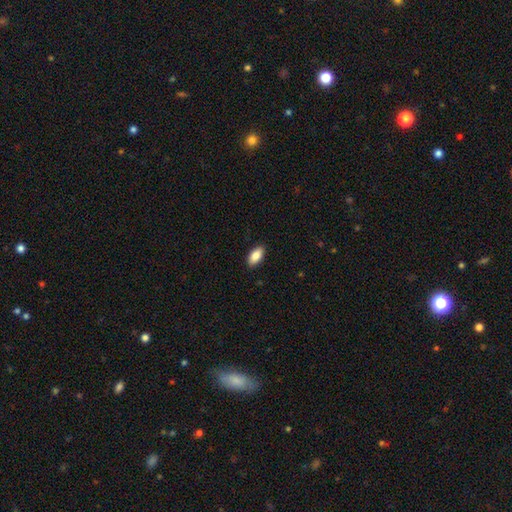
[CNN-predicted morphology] Overall: smooth (87%). How rounded: in between (91%). Merging: none (89%).